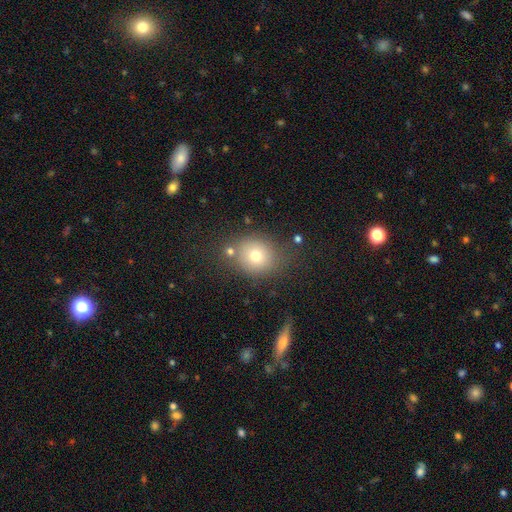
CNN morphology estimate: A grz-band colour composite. It shows a smooth galaxy with no disk features (72%) that is round (75%). Merging: none (72%).